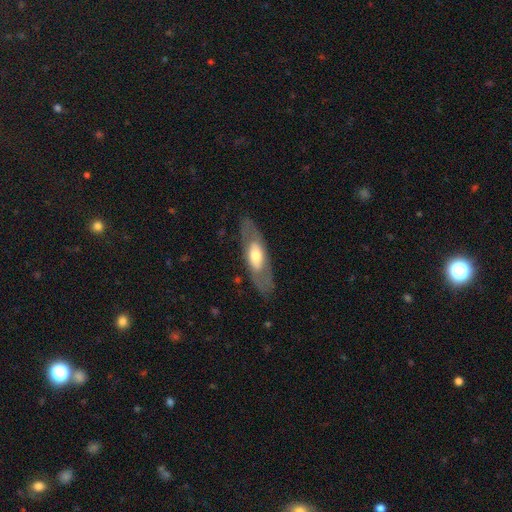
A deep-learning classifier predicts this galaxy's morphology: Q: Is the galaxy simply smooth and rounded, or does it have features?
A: featured or disk — 52%.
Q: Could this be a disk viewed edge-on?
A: no — 68%.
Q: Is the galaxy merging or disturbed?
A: none — 78%.